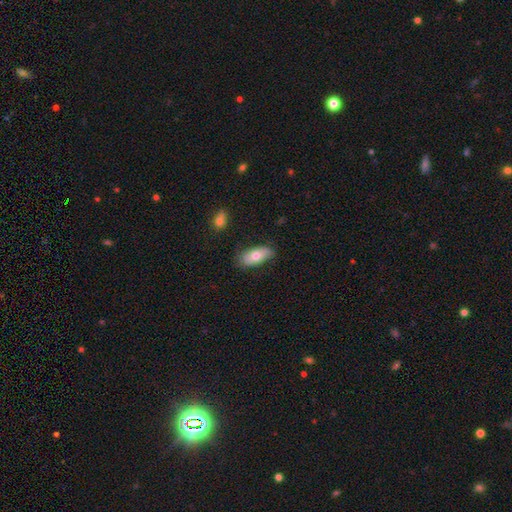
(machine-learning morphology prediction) Smooth or featured: smooth — 72% (featured or disk — 21%)
How rounded: in between — 88% (cigar-shaped — 9%)
Merging: none — 75% (minor disturbance — 20%)